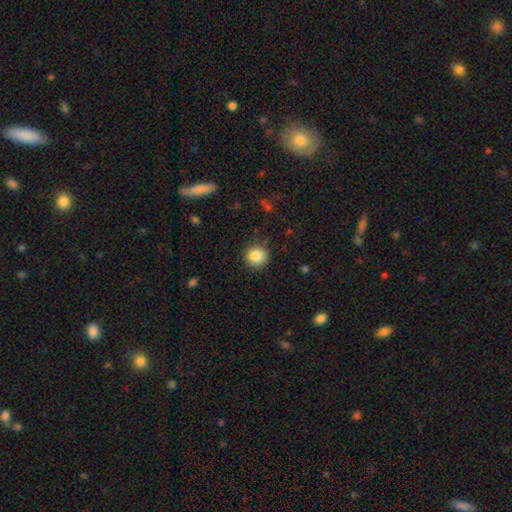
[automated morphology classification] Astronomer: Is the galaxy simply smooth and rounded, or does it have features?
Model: smooth — 87%.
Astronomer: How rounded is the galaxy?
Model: round — 92%.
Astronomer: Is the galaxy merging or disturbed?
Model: none — 86%.